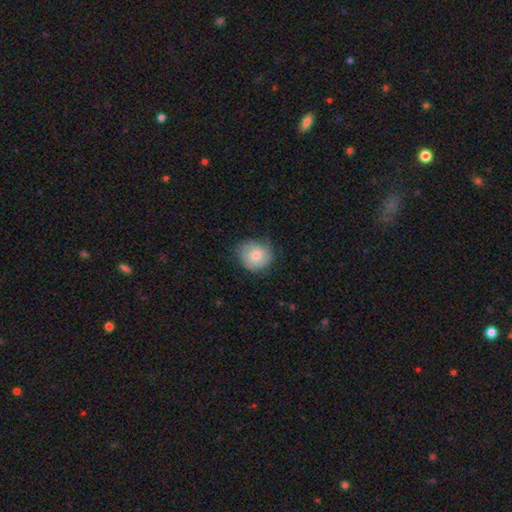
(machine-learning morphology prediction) Smooth or featured? Predicted: smooth (p=0.76). How rounded? Predicted: round (p=0.80). Merging? Predicted: none (p=0.70).